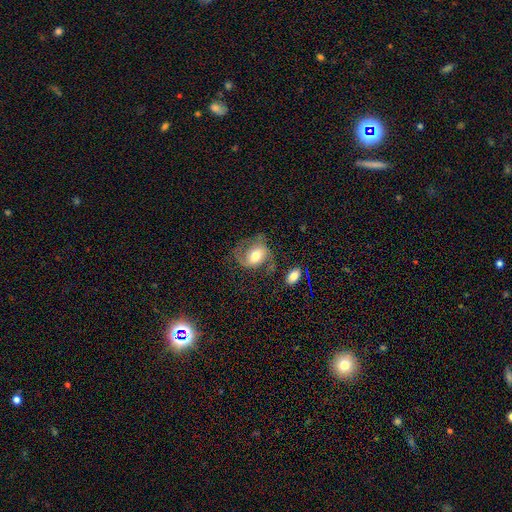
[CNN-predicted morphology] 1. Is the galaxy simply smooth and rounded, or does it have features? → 68% featured or disk, 25% smooth, 7% star or artifact.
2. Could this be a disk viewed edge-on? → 97% no, 3% yes.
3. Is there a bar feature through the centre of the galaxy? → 42% no (tied), 42% weak (tied), 16% strong.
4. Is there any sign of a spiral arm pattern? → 89% yes, 11% no.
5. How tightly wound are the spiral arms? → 49% medium, 30% loose, 21% tight.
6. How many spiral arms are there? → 70% 2, 19% 1, 7% can't tell, 2% 3, 1% 4, 1% more than 4.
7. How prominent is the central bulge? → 62% moderate, 24% large, 11% small, 2% dominant, 2% none.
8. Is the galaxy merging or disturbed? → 49% none, 23% major disturbance, 22% minor disturbance, 6% merger.